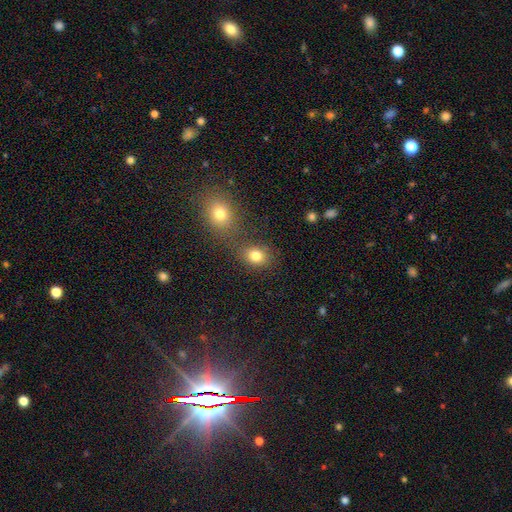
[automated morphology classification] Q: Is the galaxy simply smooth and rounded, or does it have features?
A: smooth — 80%.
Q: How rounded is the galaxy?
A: round — 53%.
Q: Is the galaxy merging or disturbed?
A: none — 65%.